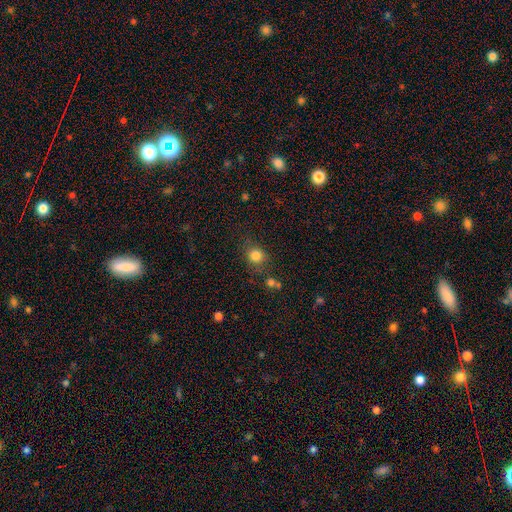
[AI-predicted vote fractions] The model was most divided on "merging": none: 73%, minor disturbance: 15%, major disturbance: 6%, merger: 5%. More confident: smooth or featured — smooth (82%); how rounded — round (79%).